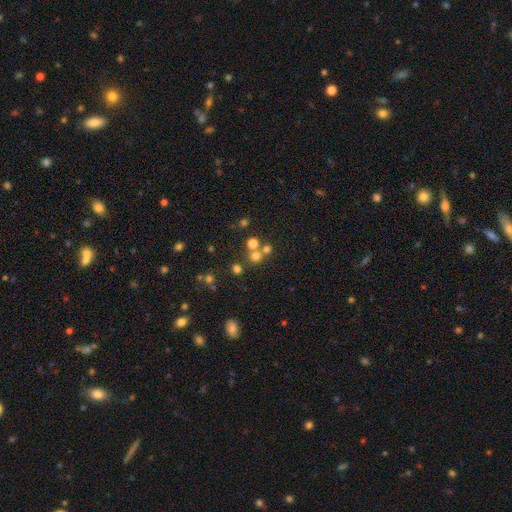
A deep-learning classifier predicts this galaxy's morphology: Smooth or featured?
  - smooth: 66% *
  - star or artifact: 24%
  - featured or disk: 10%
How rounded?
  - round: 90% *
  - in between: 9%
  - cigar-shaped: 1%
Merging?
  - none: 62% *
  - merger: 28%
  - minor disturbance: 6%
  - major disturbance: 3%